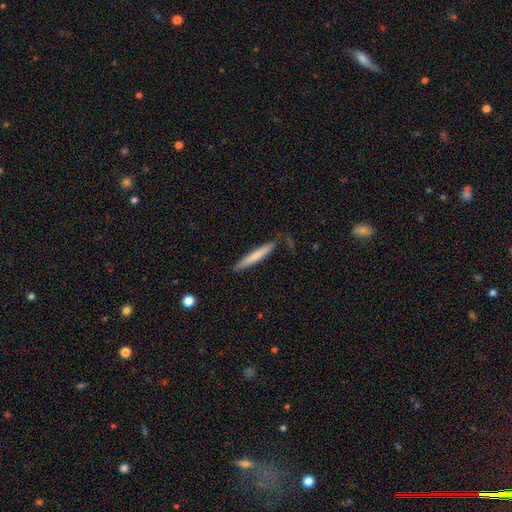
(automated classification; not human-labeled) Smooth or featured? smooth (69%)
How rounded? cigar-shaped (95%)
Merging? none (83%)